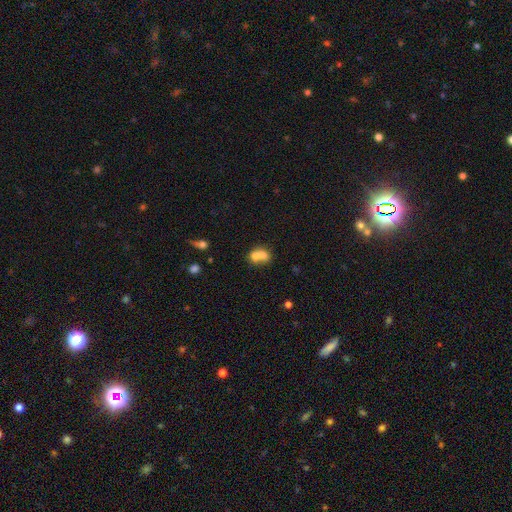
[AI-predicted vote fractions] Smooth or featured: smooth — 68% (featured or disk — 21%)
How rounded: round — 57% (in between — 42%)
Merging: merger — 70% (none — 21%)